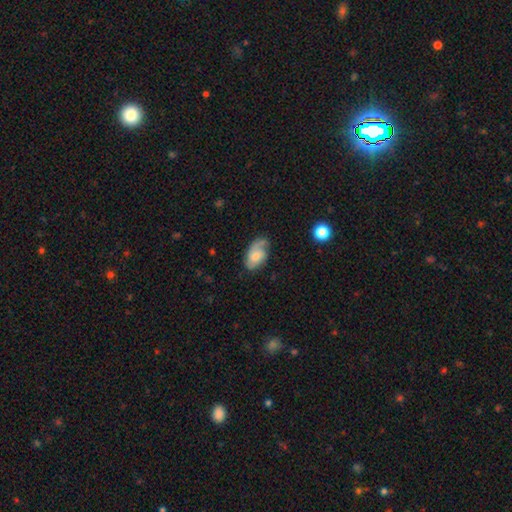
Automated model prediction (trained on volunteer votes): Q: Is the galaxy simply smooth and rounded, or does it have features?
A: smooth — 50%.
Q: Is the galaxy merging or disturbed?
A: none — 50%.